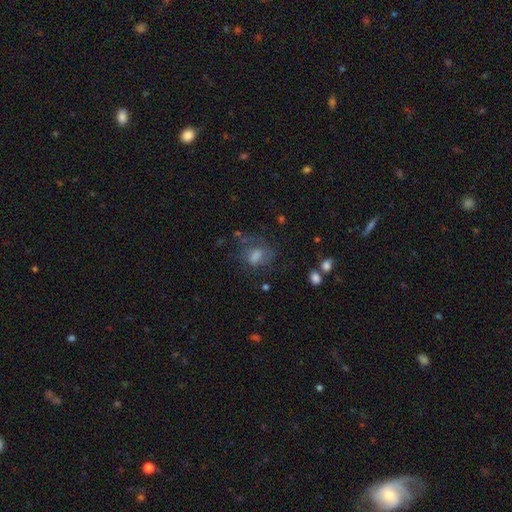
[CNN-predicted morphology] Q: Smooth or featured?
A: smooth (44%); runner-up: featured or disk (36%)
Q: Merging?
A: none (52%); runner-up: major disturbance (22%)